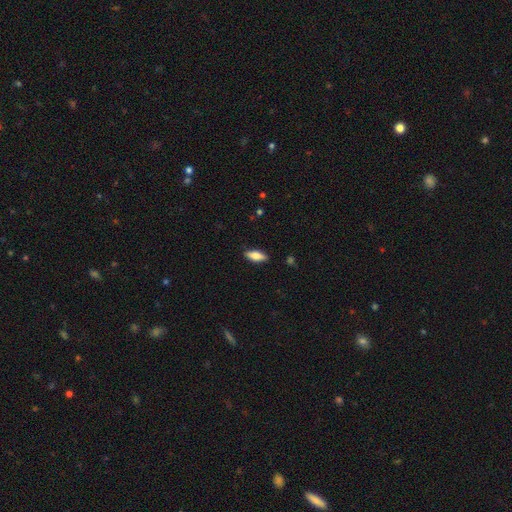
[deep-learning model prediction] A smooth galaxy with no disk features (77%) that is in between round and cigar-shaped (73%). Merging: none (86%).